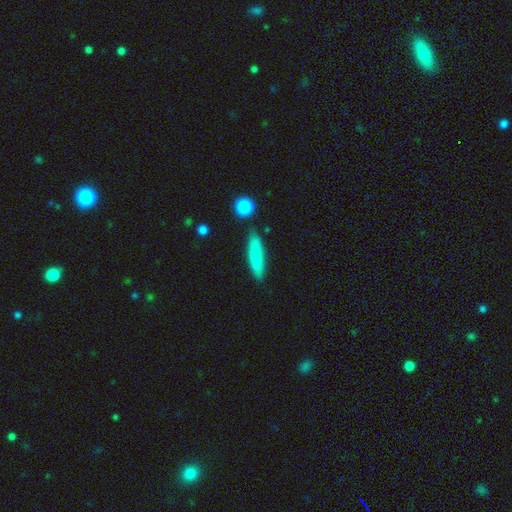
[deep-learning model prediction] This is likely a smooth galaxy (79%). How rounded: clearly cigar-shaped (80%). Merging: clearly none (82%).